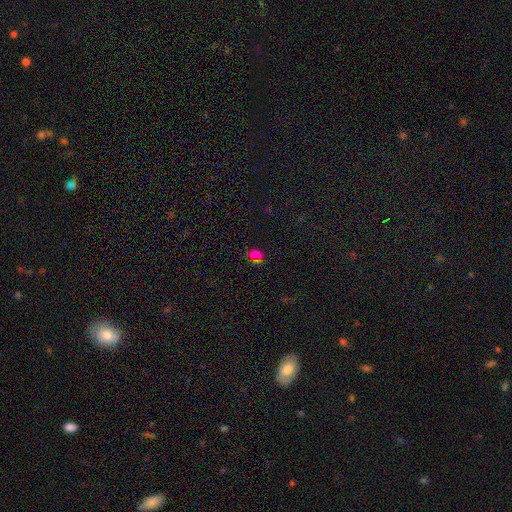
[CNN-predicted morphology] The model was most divided on "smooth or featured": smooth: 59%, star or artifact: 34%, featured or disk: 7%. More confident: merging — none (73%); how rounded — round (70%).